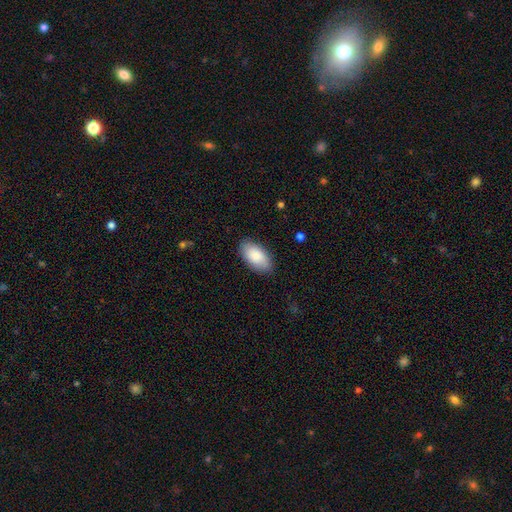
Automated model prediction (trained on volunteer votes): This appears to be a smooth galaxy with no disk features (82%) that is in between round and cigar-shaped (95%). Merging: none (85%).